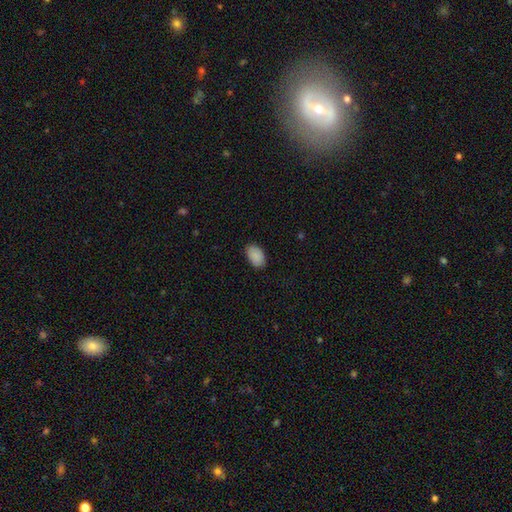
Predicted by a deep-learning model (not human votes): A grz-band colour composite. It shows a smooth galaxy with no disk features (90%) that is in between round and cigar-shaped (92%). Merging: none (86%).